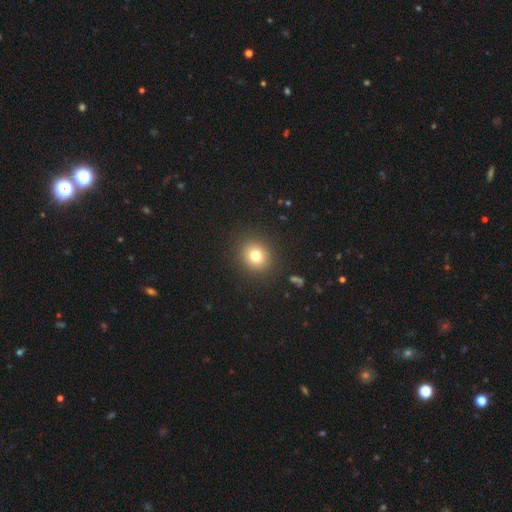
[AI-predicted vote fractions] This appears to be a smooth galaxy with no disk features (78%) that is round (81%). Merging: none (89%).